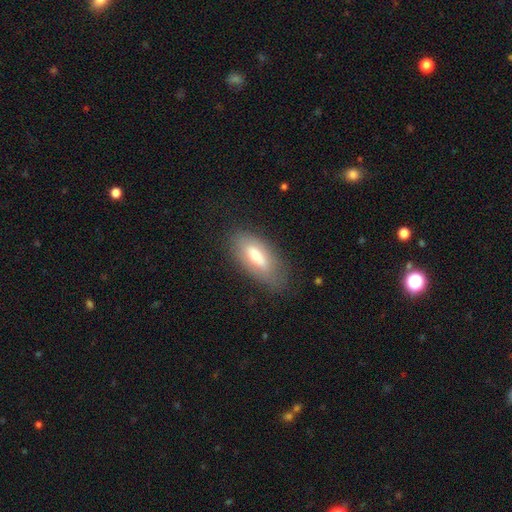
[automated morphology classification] This is likely a smooth galaxy (64%). How rounded: likely in between (78%). Merging: likely none (71%).